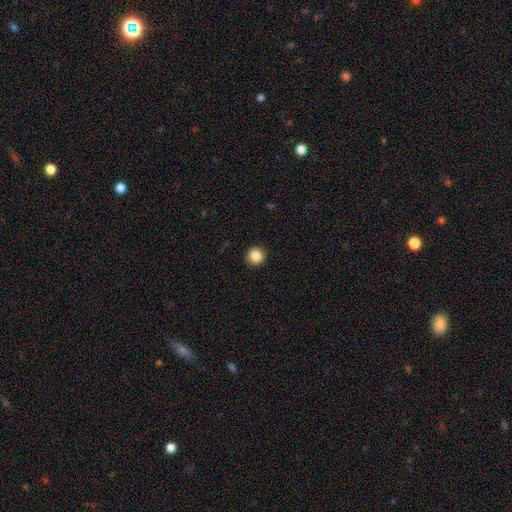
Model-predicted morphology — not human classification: Smooth or featured? Predicted: smooth (p=0.86). How rounded? Predicted: round (p=0.93). Merging? Predicted: none (p=0.91).